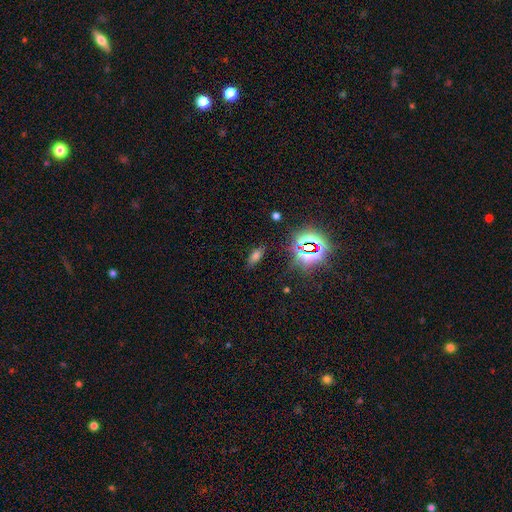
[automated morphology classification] A smooth galaxy with no disk features (59%) that is in between round and cigar-shaped (77%). Merging: none (83%).